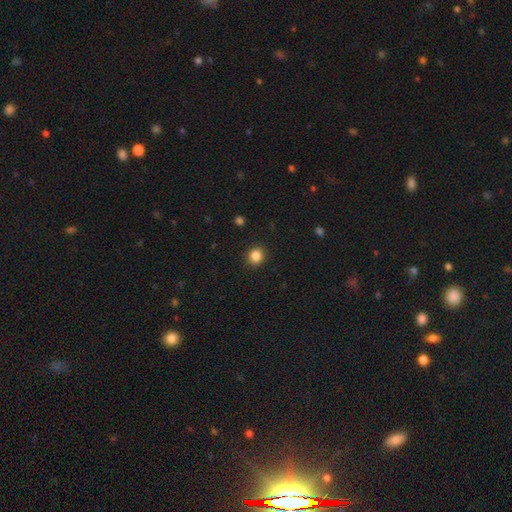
smooth_or_featured: smooth (p=0.95) [alt: star or artifact p=0.05]
how_rounded: round (p=0.92) [alt: in between p=0.08]
merging: none (p=0.68) [alt: minor disturbance p=0.24]